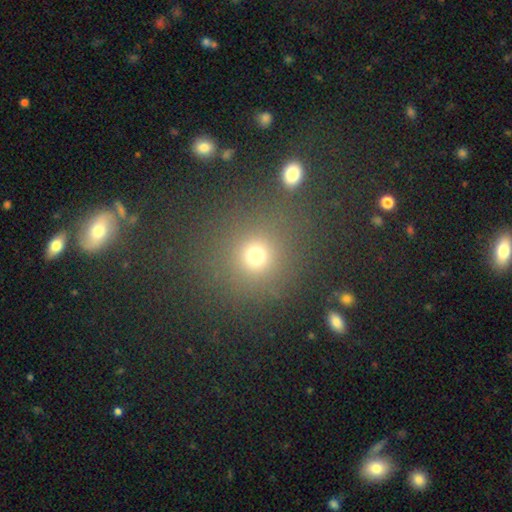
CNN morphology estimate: Overall: smooth (70%). How rounded: round (87%). Merging: none (77%).